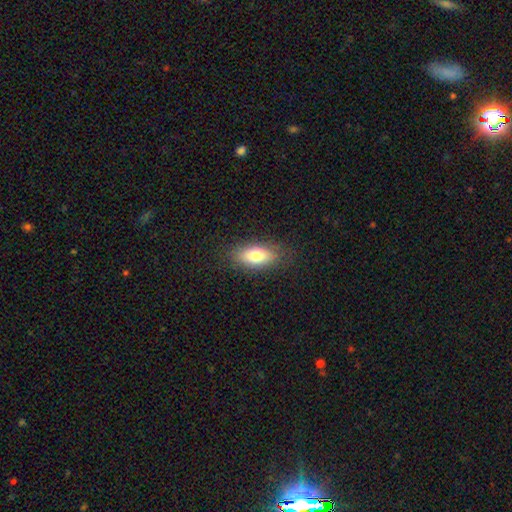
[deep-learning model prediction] smooth 74%, featured or disk 18%, star or artifact 8%. Down the decision tree: how rounded — in between (82%); merging — none (84%).